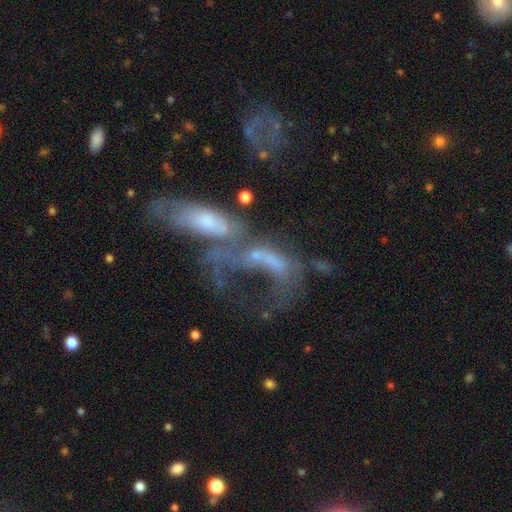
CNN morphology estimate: The model was most divided on "smooth or featured": featured or disk: 46%, smooth: 38%, star or artifact: 16%. More confident: merging — merger (61%).